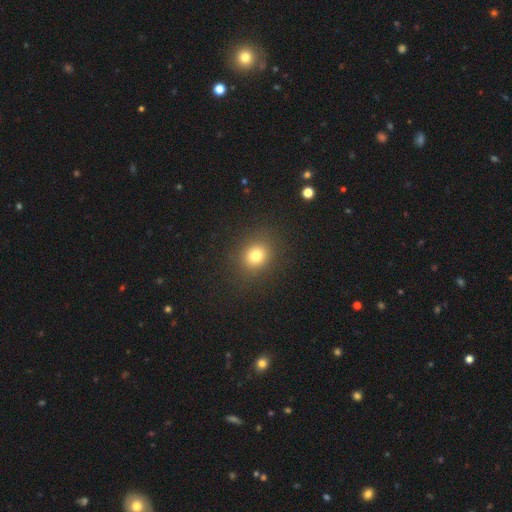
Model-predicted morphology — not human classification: Q: Smooth or featured?
A: smooth (77%); runner-up: star or artifact (15%)
Q: How rounded?
A: round (70%); runner-up: in between (29%)
Q: Merging?
A: none (88%); runner-up: minor disturbance (8%)